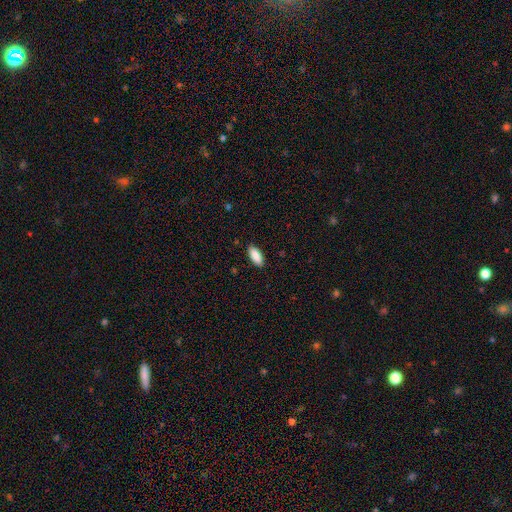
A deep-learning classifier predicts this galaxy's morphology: type=smooth (89%); roundness=in between (84%); merging=none (89%).